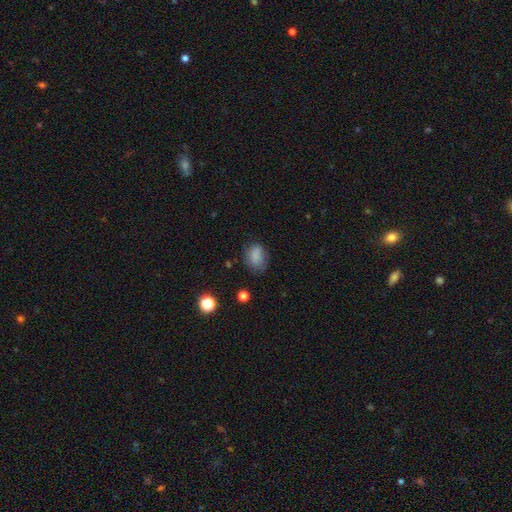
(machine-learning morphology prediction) The model was most divided on "merging": none: 62%, minor disturbance: 26%, major disturbance: 9%, merger: 3%. More confident: smooth or featured — smooth (79%); how rounded — in between (71%).